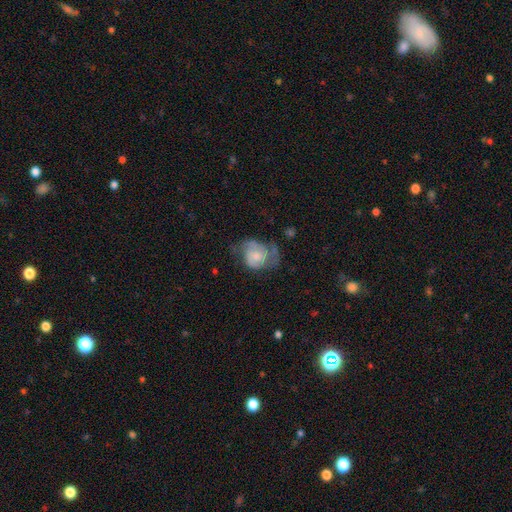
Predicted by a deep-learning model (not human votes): Smooth or featured? Predicted: featured or disk (p=0.56). Edge-on disk? Predicted: no (p=0.98). Bar? Predicted: no (p=0.70). Spiral arms? Predicted: yes (p=0.81). Bulge size? Predicted: small (p=0.38). Merging? Predicted: none (p=0.37).